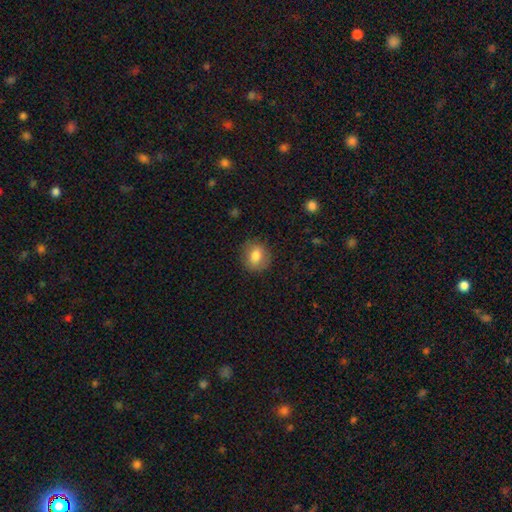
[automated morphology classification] Smooth or featured? smooth (79%)
How rounded? round (63%)
Merging? none (84%)